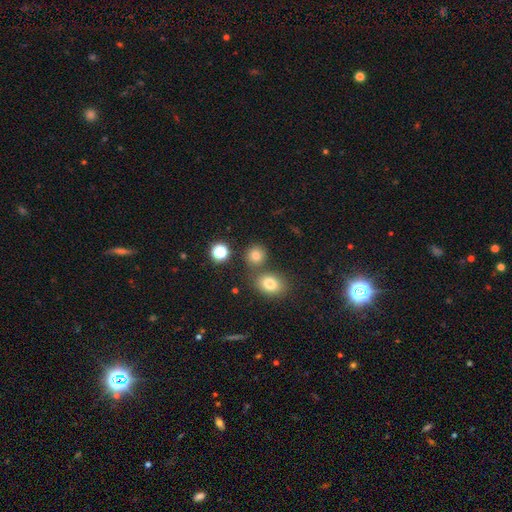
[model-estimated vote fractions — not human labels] Smooth or featured?
  - smooth: 75% *
  - star or artifact: 17%
  - featured or disk: 8%
How rounded?
  - round: 83% *
  - in between: 16%
  - cigar-shaped: 1%
Merging?
  - none: 72% *
  - merger: 16%
  - minor disturbance: 9%
  - major disturbance: 3%